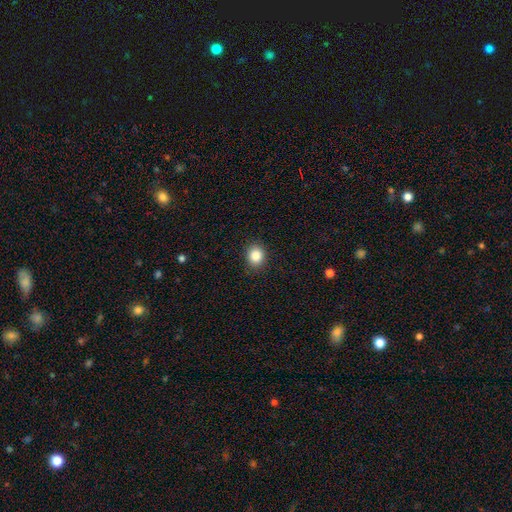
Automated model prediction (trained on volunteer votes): The model was most divided on "how rounded": round: 68%, in between: 31%, cigar-shaped: 1%. More confident: merging — none (89%); smooth or featured — smooth (86%).